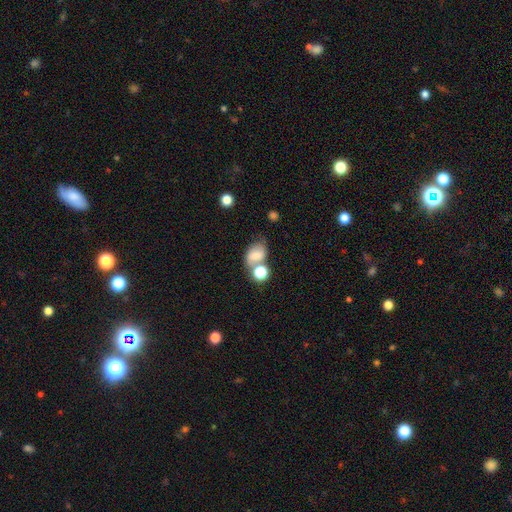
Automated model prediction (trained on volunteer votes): smooth 67%, featured or disk 22%, star or artifact 12%. Down the decision tree: how rounded — in between (72%); merging — none (40%).